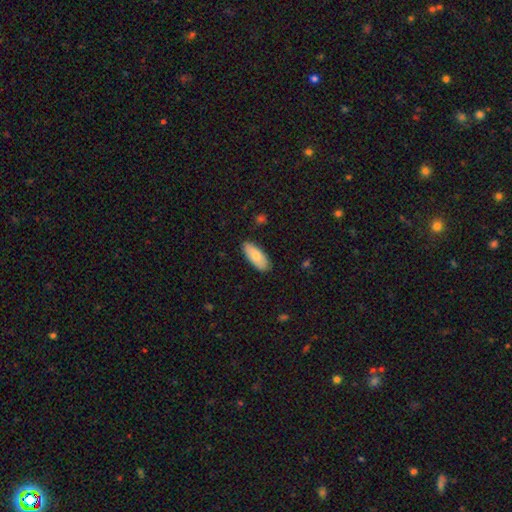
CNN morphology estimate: type=smooth (80%); roundness=in between (81%); merging=none (85%).